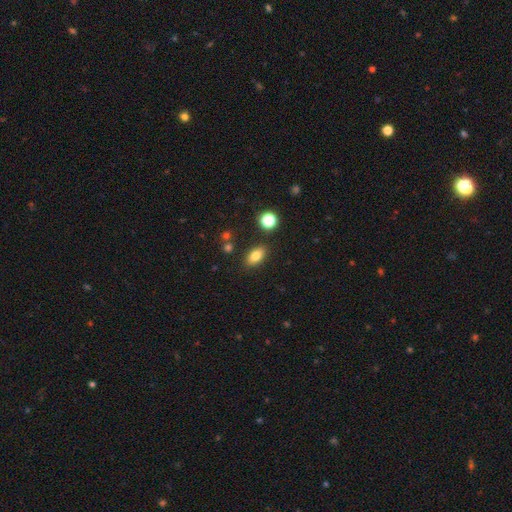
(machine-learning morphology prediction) A smooth galaxy with no disk features (80%) that is in between round and cigar-shaped (86%). Merging: none (84%).